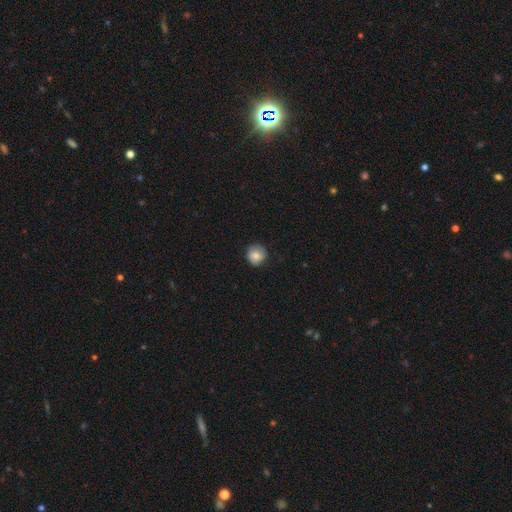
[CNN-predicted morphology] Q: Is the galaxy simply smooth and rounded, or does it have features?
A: smooth — 74%.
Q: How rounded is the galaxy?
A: round — 87%.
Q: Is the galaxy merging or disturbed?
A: none — 77%.